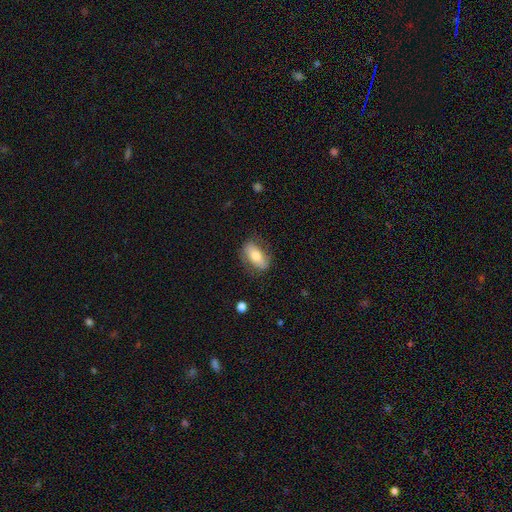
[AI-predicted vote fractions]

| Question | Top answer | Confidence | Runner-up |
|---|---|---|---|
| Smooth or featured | smooth | 66% | featured or disk (28%) |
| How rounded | in between | 84% | cigar-shaped (10%) |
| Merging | none | 75% | minor disturbance (17%) |